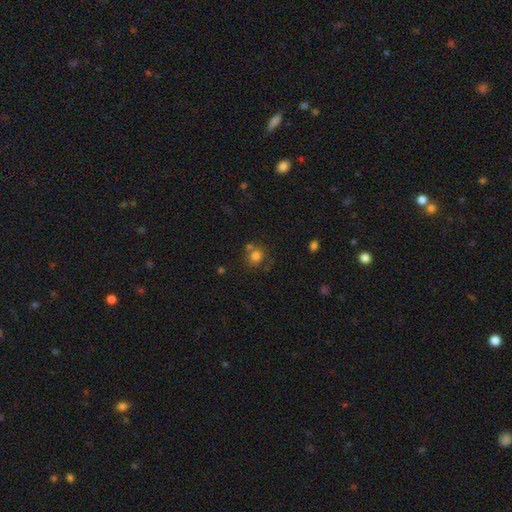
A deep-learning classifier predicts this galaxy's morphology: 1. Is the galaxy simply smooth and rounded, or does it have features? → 78% smooth, 13% star or artifact, 9% featured or disk.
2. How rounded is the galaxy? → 81% round, 18% in between, 1% cigar-shaped.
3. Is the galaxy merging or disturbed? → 63% none, 19% merger, 13% minor disturbance, 5% major disturbance.